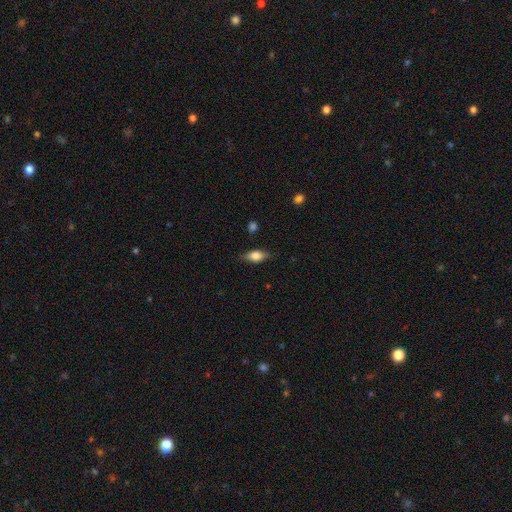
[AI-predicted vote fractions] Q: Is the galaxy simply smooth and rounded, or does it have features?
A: smooth — 66%.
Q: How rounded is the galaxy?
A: in between — 78%.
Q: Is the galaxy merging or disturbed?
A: none — 81%.